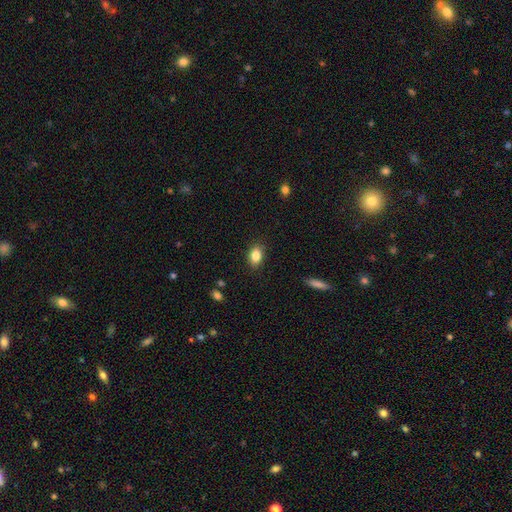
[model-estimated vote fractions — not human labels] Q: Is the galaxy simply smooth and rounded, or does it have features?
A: smooth — 85%.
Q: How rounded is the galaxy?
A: in between — 82%.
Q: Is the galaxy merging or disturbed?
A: none — 87%.